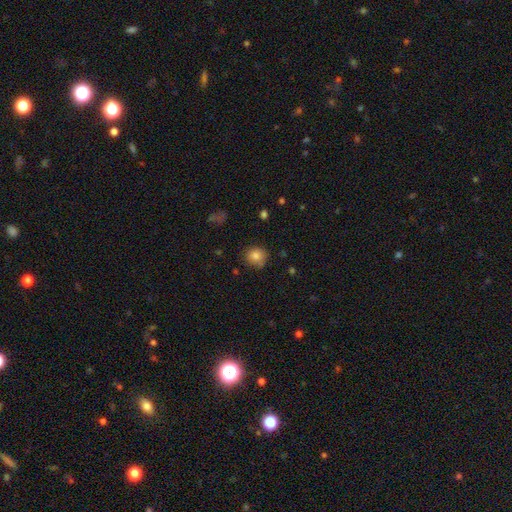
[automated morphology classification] Overall: smooth (82%). How rounded: round (86%). Merging: none (75%).